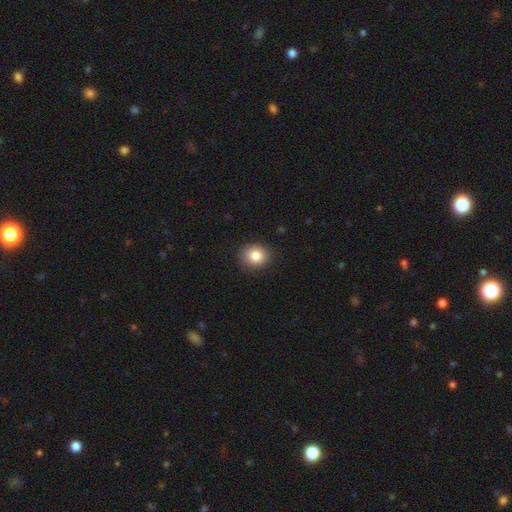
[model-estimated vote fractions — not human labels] smooth-or-featured: smooth: 84% | star or artifact: 10% | featured or disk: 6%
  how-rounded: round: 79% | in between: 21% | cigar-shaped: 1%
  merging: none: 88% | minor disturbance: 9% | major disturbance: 2% | merger: 1%